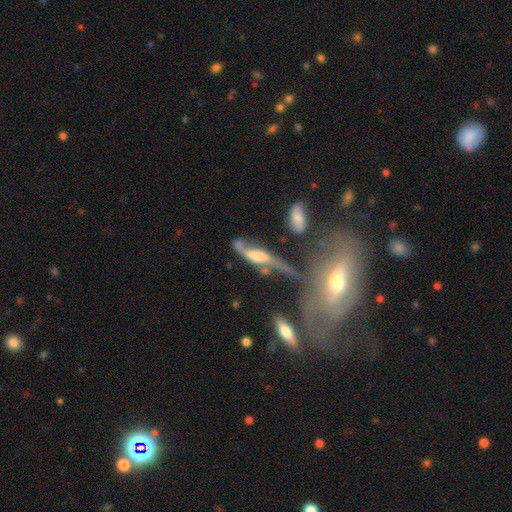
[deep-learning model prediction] Smooth or featured? Predicted: featured or disk (p=0.68). Edge-on disk? Predicted: yes (p=0.68). Merging? Predicted: none (p=0.54).